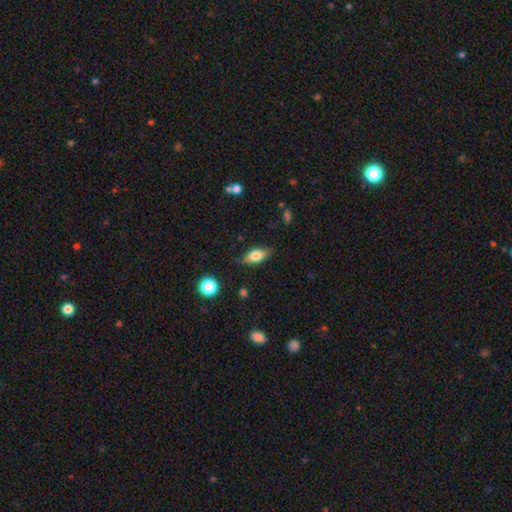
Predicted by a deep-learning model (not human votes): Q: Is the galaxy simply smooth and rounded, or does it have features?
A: smooth — 72%.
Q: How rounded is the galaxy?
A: in between — 83%.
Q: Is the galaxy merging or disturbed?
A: none — 79%.